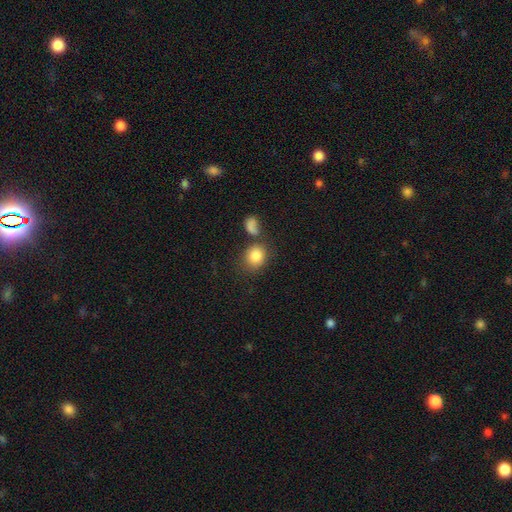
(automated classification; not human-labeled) Smooth or featured? Predicted: smooth (p=0.84). How rounded? Predicted: round (p=0.69). Merging? Predicted: none (p=0.61).